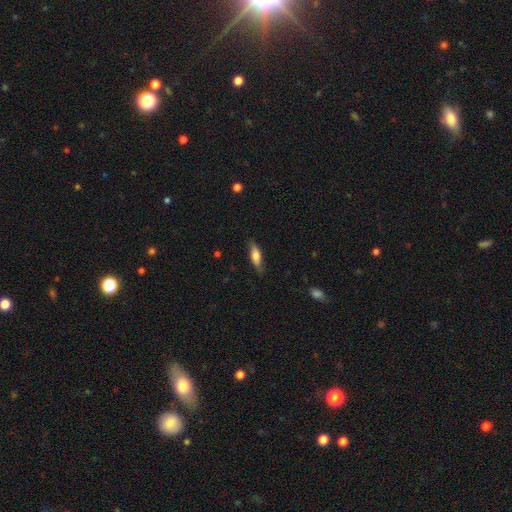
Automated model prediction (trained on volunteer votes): A smooth galaxy with no disk features (71%) that is in between round and cigar-shaped (52%).

Vote fractions:
- Smooth or featured? smooth: 71% / featured or disk: 23% / star or artifact: 6%
- How rounded? in between: 52% / cigar-shaped: 46% / round: 2%
- Merging? none: 79% / minor disturbance: 17% / major disturbance: 3% / merger: 1%